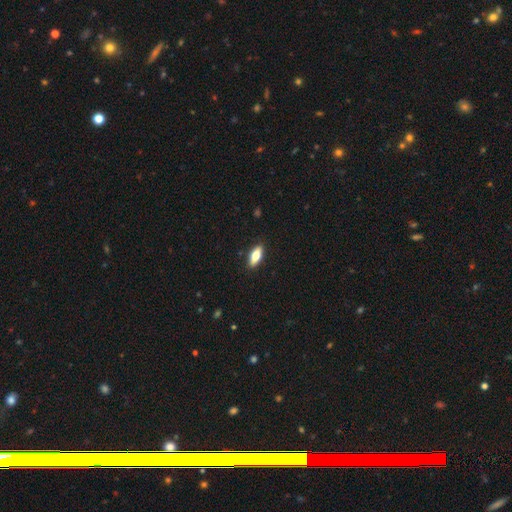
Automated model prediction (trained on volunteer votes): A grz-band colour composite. It shows a smooth galaxy with no disk features (68%) that is in between round and cigar-shaped (73%). Merging: none (89%).